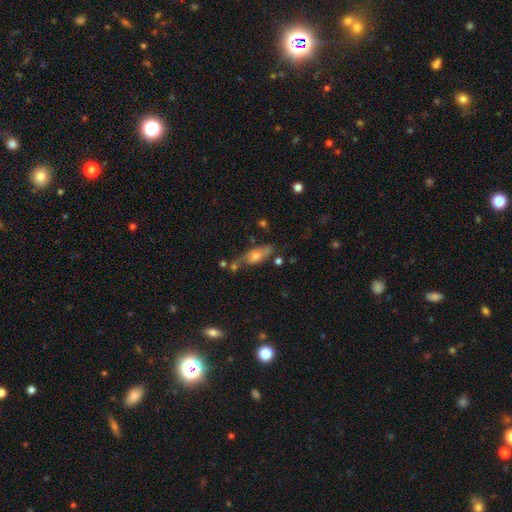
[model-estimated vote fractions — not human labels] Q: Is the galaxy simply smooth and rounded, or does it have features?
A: smooth — 51%.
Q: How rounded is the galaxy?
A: in between — 66%.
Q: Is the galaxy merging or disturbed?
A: none — 52%.